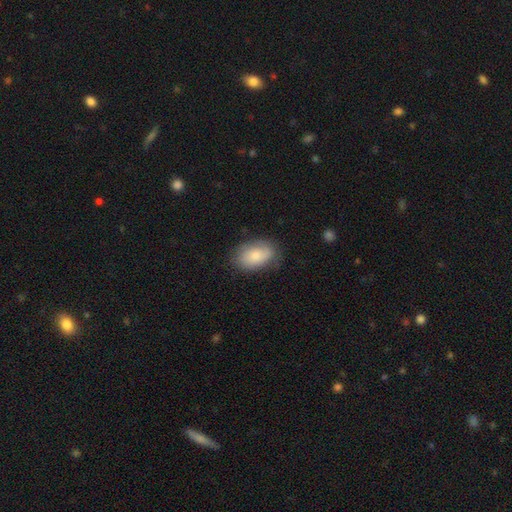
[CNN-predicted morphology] smooth_or_featured: smooth (p=0.78) [alt: featured or disk p=0.15]
how_rounded: in between (p=0.90) [alt: round p=0.09]
merging: none (p=0.75) [alt: minor disturbance p=0.19]